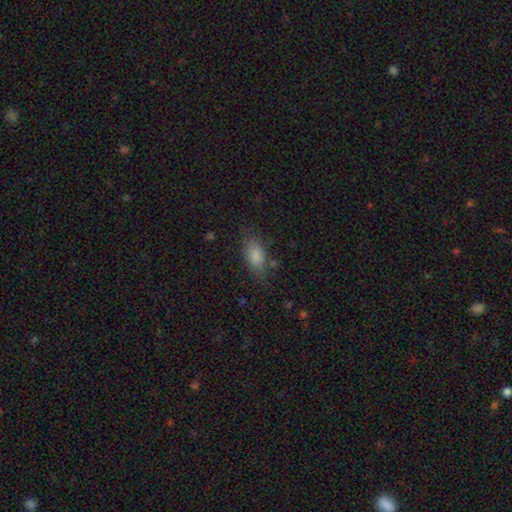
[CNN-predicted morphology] Smooth or featured? smooth (83%)
How rounded? in between (88%)
Merging? none (70%)